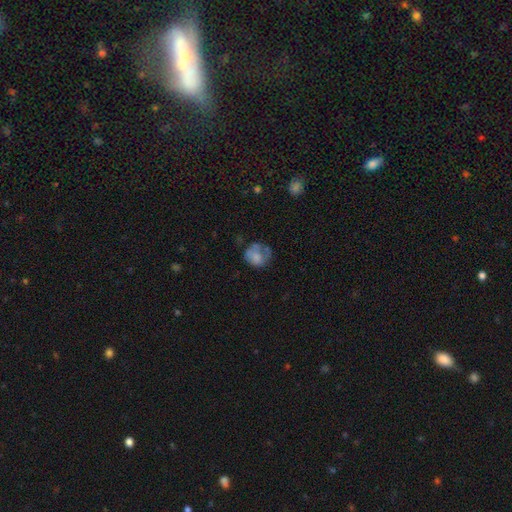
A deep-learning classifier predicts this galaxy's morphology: This appears to be a smooth galaxy with no disk features (62%) that is round (69%). Merging: none (39%).